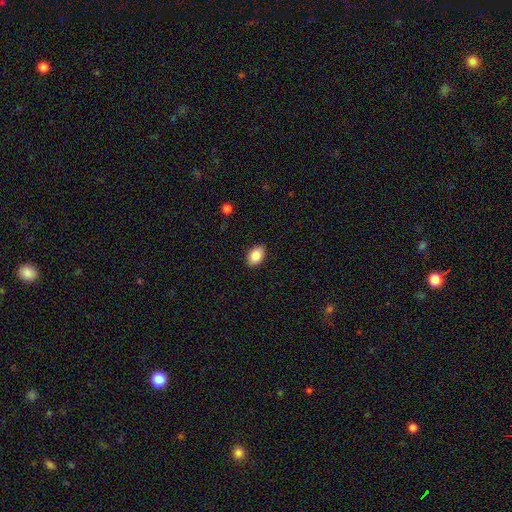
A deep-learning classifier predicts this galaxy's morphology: smooth-or-featured: smooth: 87% | star or artifact: 7% | featured or disk: 6%
  how-rounded: in between: 86% | round: 13% | cigar-shaped: 1%
  merging: none: 88% | minor disturbance: 9% | major disturbance: 2% | merger: 1%